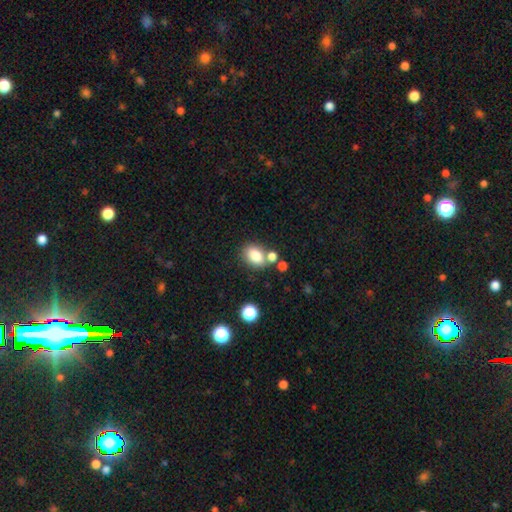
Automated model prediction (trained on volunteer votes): Morphology: type=smooth (82%); roundness=in between (74%); merging=none (61%).